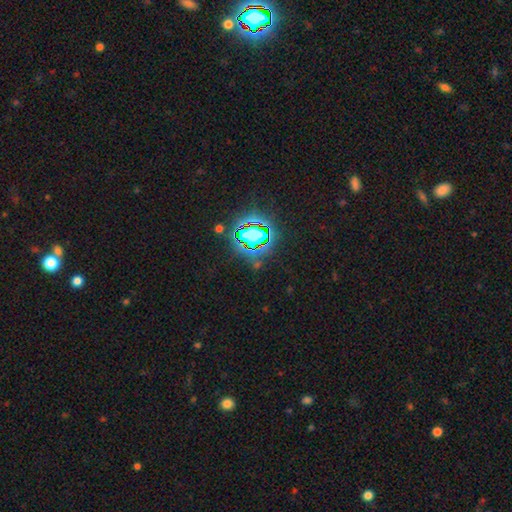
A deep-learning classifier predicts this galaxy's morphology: A star or artifact, not a galaxy (80%).

Vote fractions:
- Smooth or featured? star or artifact: 80% / smooth: 12% / featured or disk: 8%